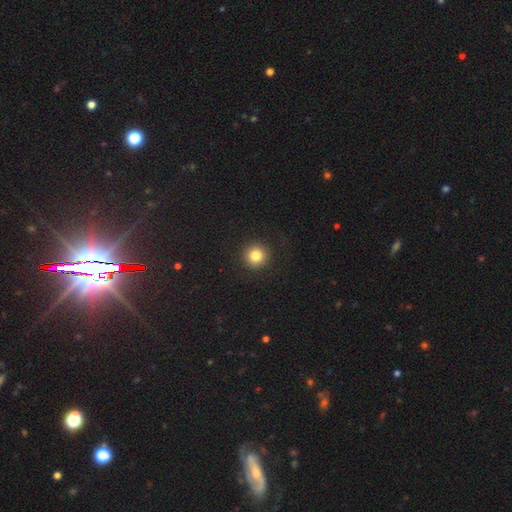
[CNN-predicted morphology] Q: Smooth or featured?
A: smooth (83%); runner-up: star or artifact (11%)
Q: How rounded?
A: round (95%); runner-up: in between (4%)
Q: Merging?
A: none (92%); runner-up: minor disturbance (5%)